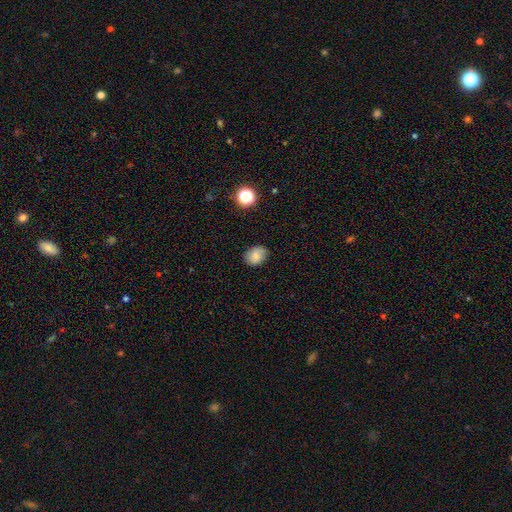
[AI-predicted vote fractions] A smooth galaxy with no disk features (74%) that is in between round and cigar-shaped (57%).

Vote fractions:
- Smooth or featured? smooth: 74% / featured or disk: 15% / star or artifact: 11%
- How rounded? in between: 57% / round: 42% / cigar-shaped: 1%
- Merging? none: 78% / minor disturbance: 17% / major disturbance: 4% / merger: 1%